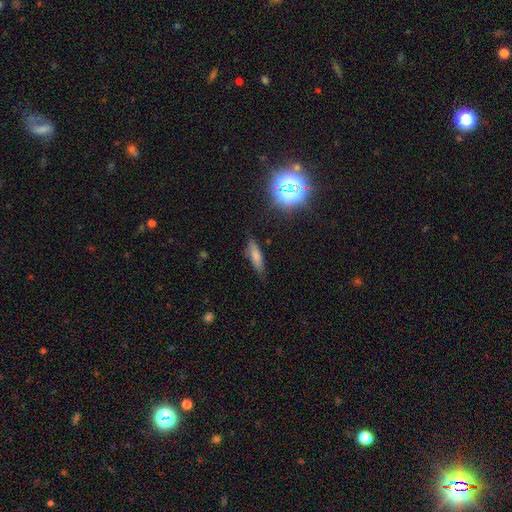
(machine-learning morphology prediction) smooth 72%, featured or disk 15%, star or artifact 13%. Down the decision tree: how rounded — cigar-shaped (53%); merging — none (78%).